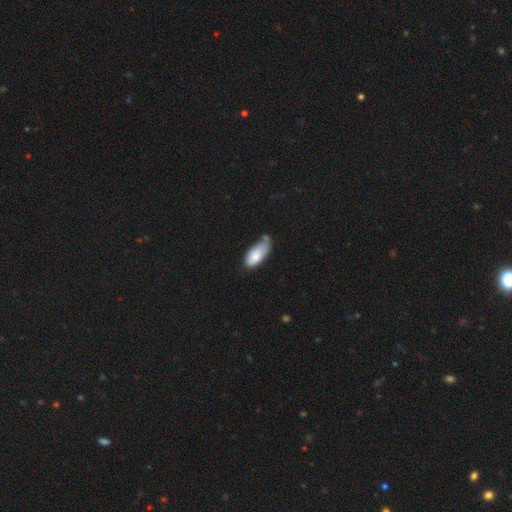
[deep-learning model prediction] A smooth galaxy with no disk features (82%) that is in between round and cigar-shaped (90%).

Vote fractions:
- Smooth or featured? smooth: 82% / featured or disk: 12% / star or artifact: 6%
- How rounded? in between: 90% / cigar-shaped: 8% / round: 2%
- Merging? none: 41% / minor disturbance: 37% / merger: 13% / major disturbance: 9%